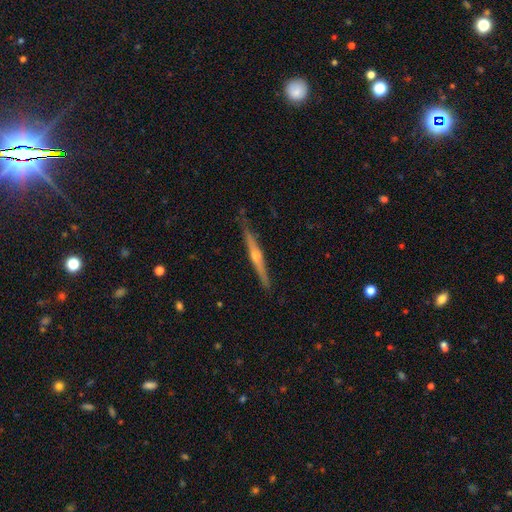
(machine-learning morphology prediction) Smooth or featured: featured or disk — 76% (smooth — 18%)
Edge-on disk: yes — 98% (no — 2%)
Edge-on bulge: rounded — 83% (none — 13%)
Merging: none — 85% (minor disturbance — 11%)